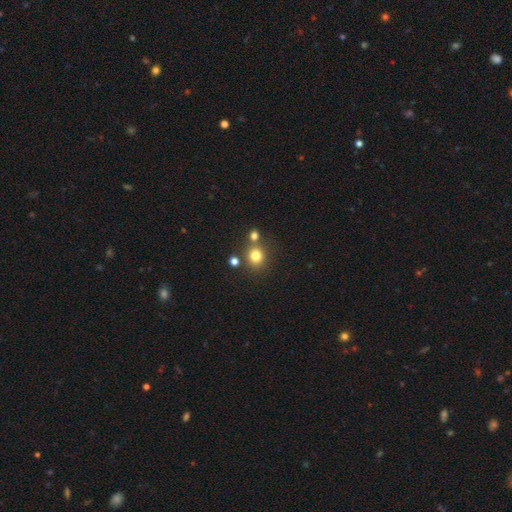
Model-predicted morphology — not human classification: Smooth or featured? smooth (79%)
How rounded? round (84%)
Merging? none (71%)